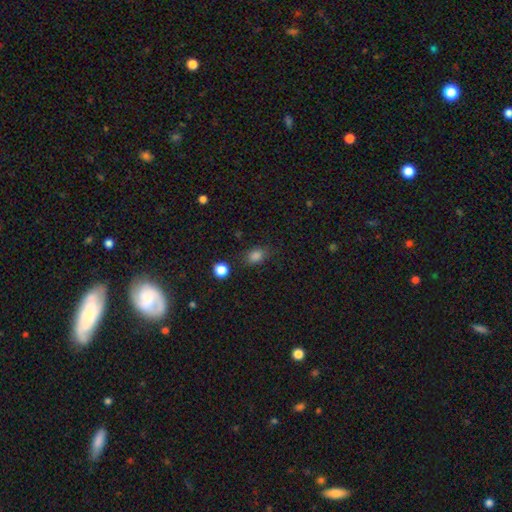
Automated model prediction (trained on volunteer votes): smooth 82%, star or artifact 13%, featured or disk 5%. Down the decision tree: how rounded — in between (69%); merging — none (78%).